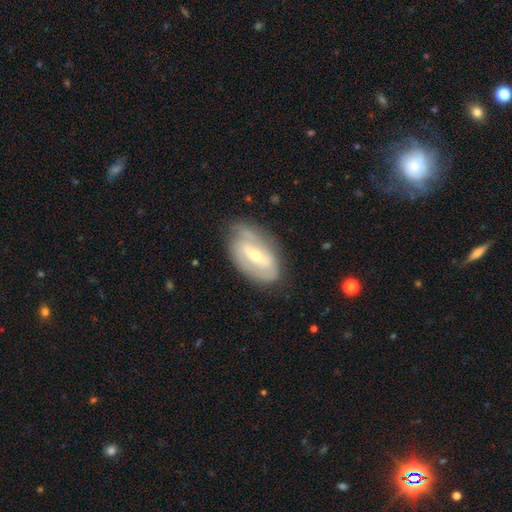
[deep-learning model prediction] Smooth or featured? Predicted: featured or disk (p=0.72). Edge-on disk? Predicted: no (p=0.91). Bar? Predicted: strong (p=0.49). Spiral arms? Predicted: yes (p=0.69). Bulge size? Predicted: small (p=0.52). Merging? Predicted: none (p=0.71).